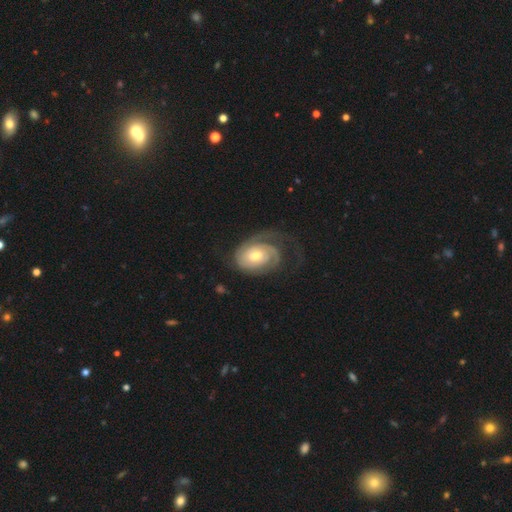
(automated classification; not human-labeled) Q: Smooth or featured?
A: featured or disk (81%); runner-up: smooth (15%)
Q: Edge-on disk?
A: no (97%); runner-up: yes (3%)
Q: Bar?
A: no (67%); runner-up: weak (28%)
Q: Spiral arms?
A: yes (94%); runner-up: no (6%)
Q: Spiral winding?
A: tight (61%); runner-up: medium (27%)
Q: Spiral arm count?
A: 2 (35%); runner-up: 1 (29%)
Q: Bulge size?
A: moderate (66%); runner-up: small (25%)
Q: Merging?
A: none (56%); runner-up: major disturbance (22%)